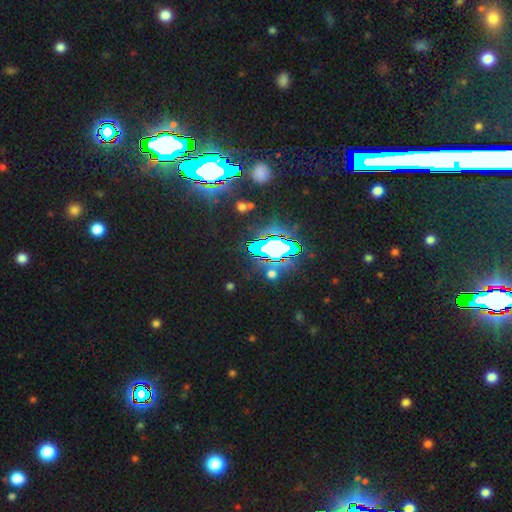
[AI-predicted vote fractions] A star or artifact, not a galaxy (82%).